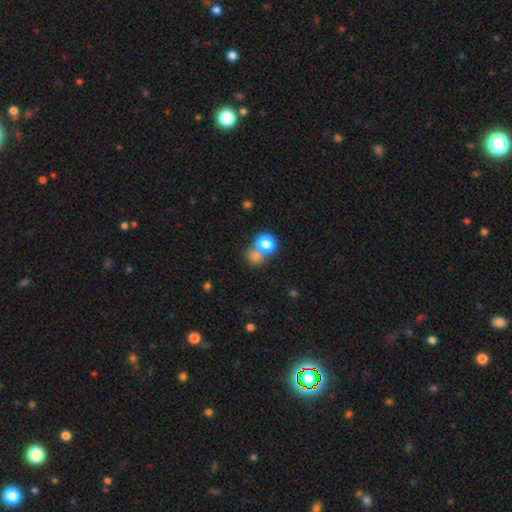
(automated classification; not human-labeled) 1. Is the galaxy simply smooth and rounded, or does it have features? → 74% smooth, 17% star or artifact, 9% featured or disk.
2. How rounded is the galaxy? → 82% round, 17% in between, 1% cigar-shaped.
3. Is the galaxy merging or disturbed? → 48% none, 41% merger, 7% minor disturbance, 4% major disturbance.